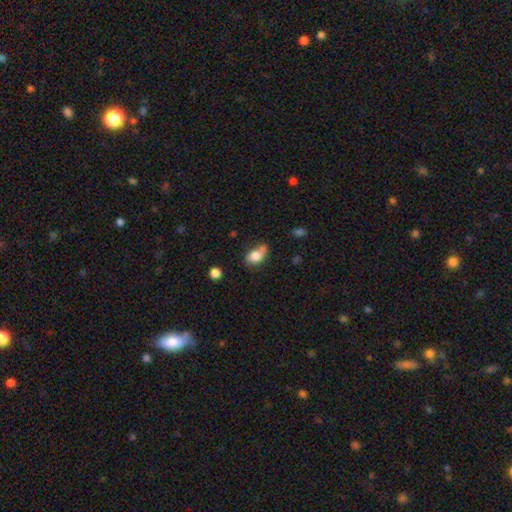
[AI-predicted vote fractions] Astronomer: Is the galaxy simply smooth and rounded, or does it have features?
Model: smooth — 80%.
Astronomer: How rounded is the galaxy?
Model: in between — 82%.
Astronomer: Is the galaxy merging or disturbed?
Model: none — 46% (runner-up: minor disturbance, 30%).